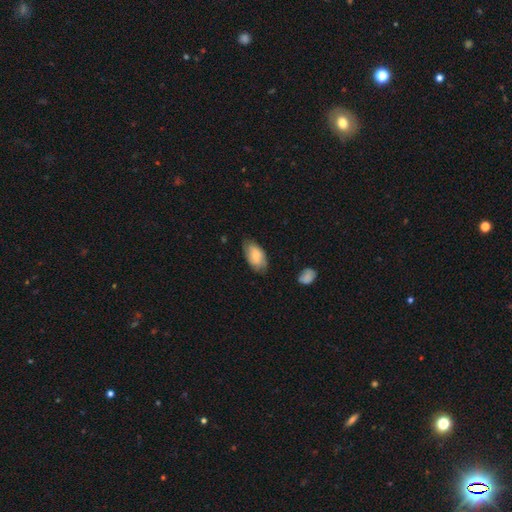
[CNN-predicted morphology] Q: Smooth or featured?
A: smooth (76%); runner-up: featured or disk (17%)
Q: How rounded?
A: in between (94%); runner-up: round (4%)
Q: Merging?
A: none (70%); runner-up: minor disturbance (24%)